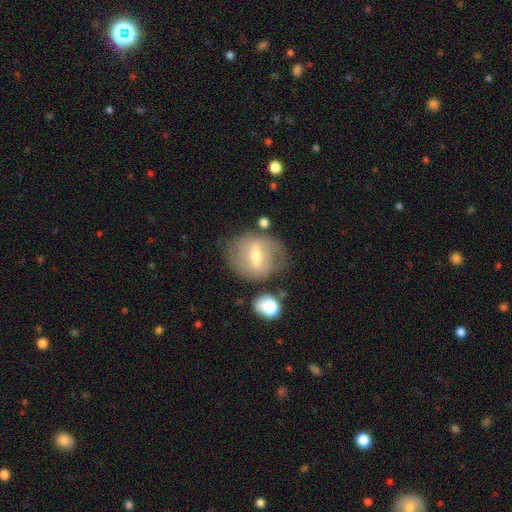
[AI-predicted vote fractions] This is possibly a featured or disk galaxy (58%). It is clearly not viewed edge-on (93%). Bar: marginally weak (45%). Spiral arm pattern: possibly yes (55%). Central bulge: possibly moderate (60%). Merging: likely none (65%).